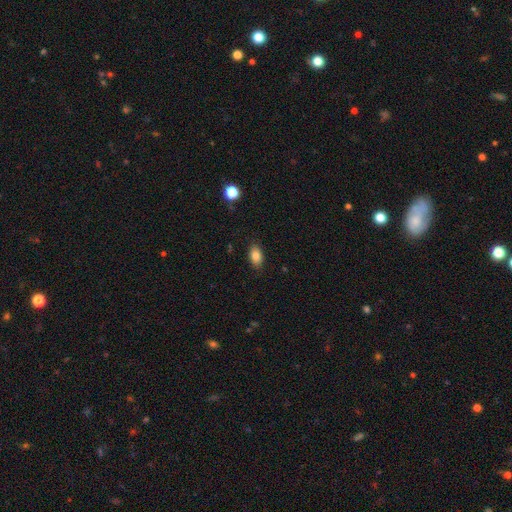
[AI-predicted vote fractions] smooth-or-featured: smooth: 84% | star or artifact: 9% | featured or disk: 7%
  how-rounded: in between: 90% | round: 8% | cigar-shaped: 3%
  merging: none: 86% | minor disturbance: 10% | major disturbance: 3% | merger: 1%